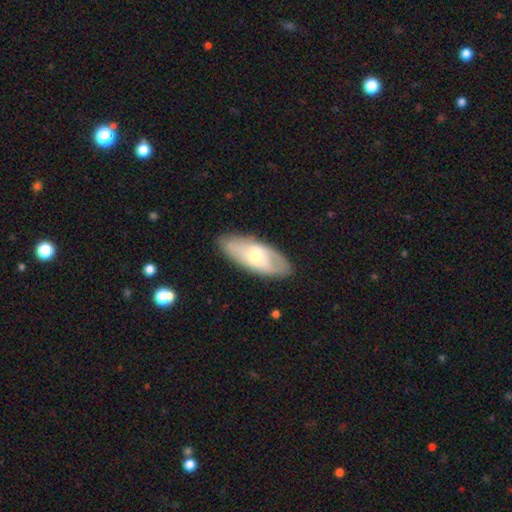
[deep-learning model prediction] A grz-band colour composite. It shows a smooth galaxy with no disk features (49%). Merging: none (81%).